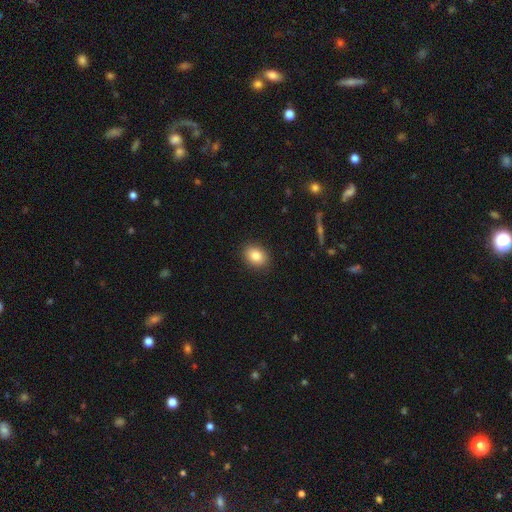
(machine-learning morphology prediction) Q: Smooth or featured?
A: smooth (82%); runner-up: star or artifact (9%)
Q: How rounded?
A: in between (60%); runner-up: round (39%)
Q: Merging?
A: none (89%); runner-up: minor disturbance (7%)